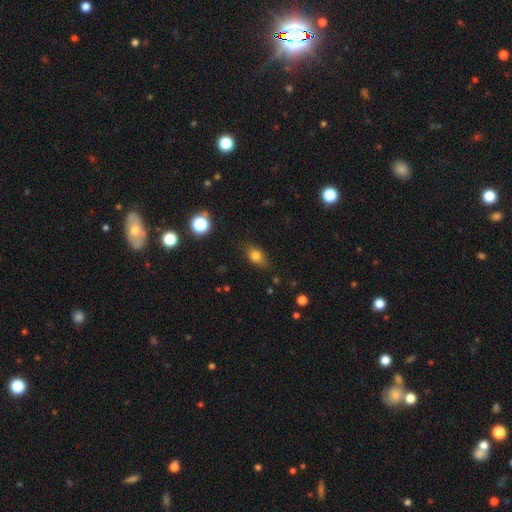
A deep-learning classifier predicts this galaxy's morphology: A smooth galaxy with no disk features (77%) that is in between round and cigar-shaped (72%). Merging: none (76%).